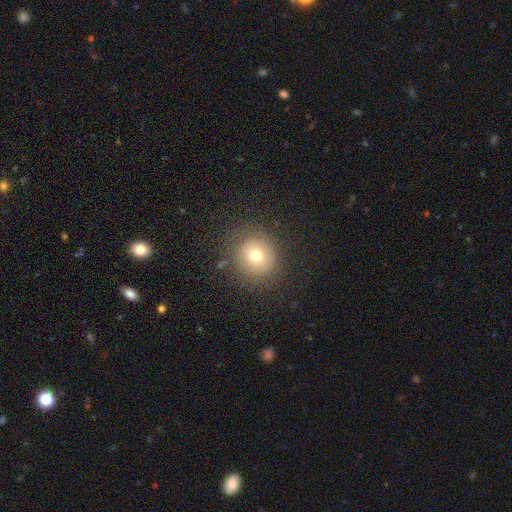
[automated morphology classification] This is likely a smooth galaxy (72%). How rounded: clearly round (90%). Merging: clearly none (84%).